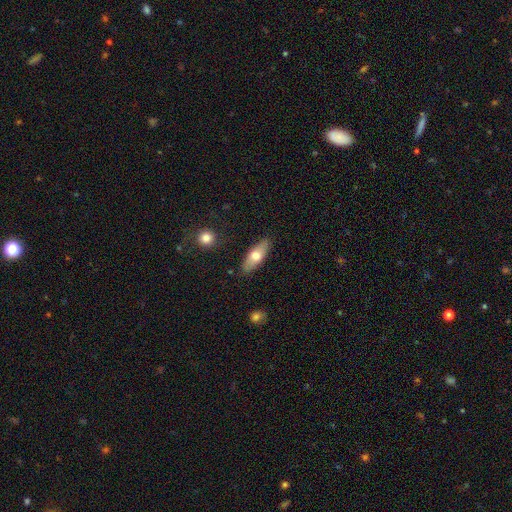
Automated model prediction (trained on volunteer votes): This appears to be a smooth galaxy with no disk features (64%) that is in between round and cigar-shaped (66%). Merging: none (86%).